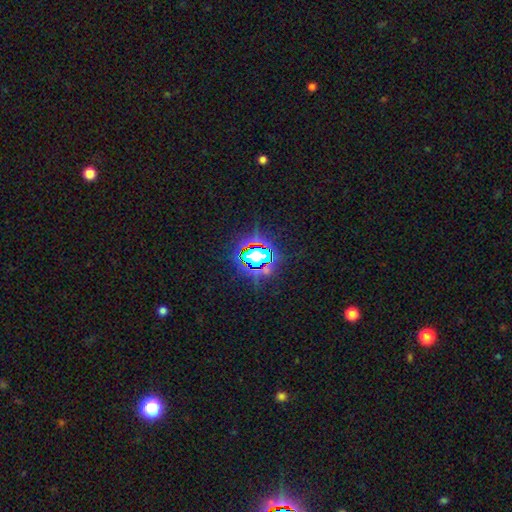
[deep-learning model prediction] smooth_or_featured: star or artifact (p=0.70) [alt: smooth p=0.19]